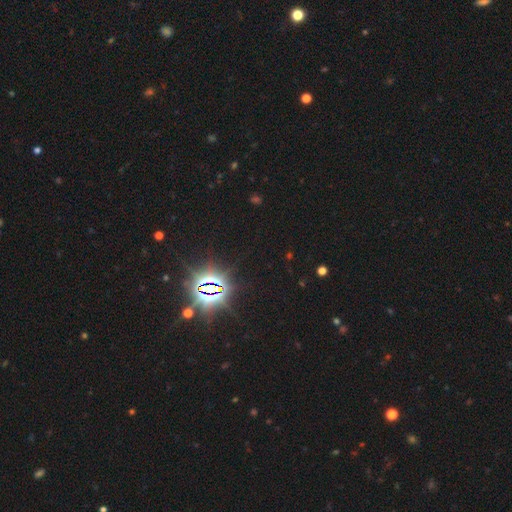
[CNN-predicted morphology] smooth_or_featured: star or artifact (p=0.85) [alt: smooth p=0.09]